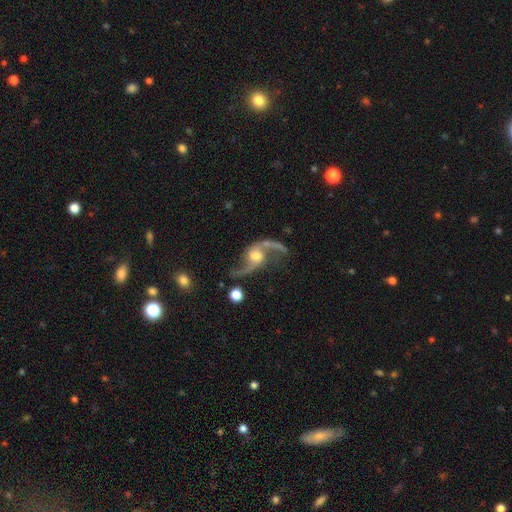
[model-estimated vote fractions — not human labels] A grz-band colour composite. It shows a featured or disk galaxy (91%) with no bar (54%), 2 (94%) loose (86%) spiral arms (98%) and a moderate central bulge (60%). Merging: none (73%).